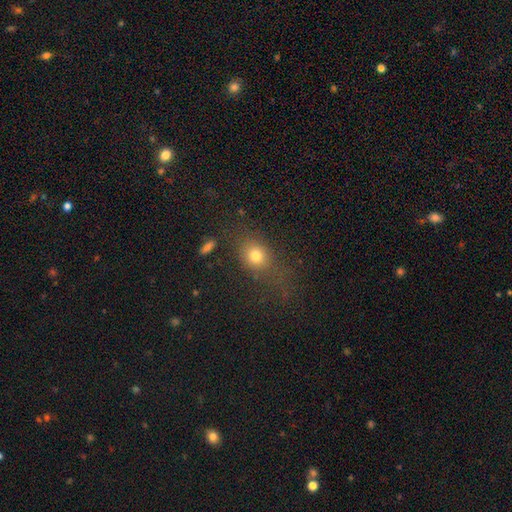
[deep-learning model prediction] The model was most divided on "how rounded": round: 51%, in between: 45%, cigar-shaped: 4%. More confident: smooth or featured — smooth (74%); merging — none (59%).